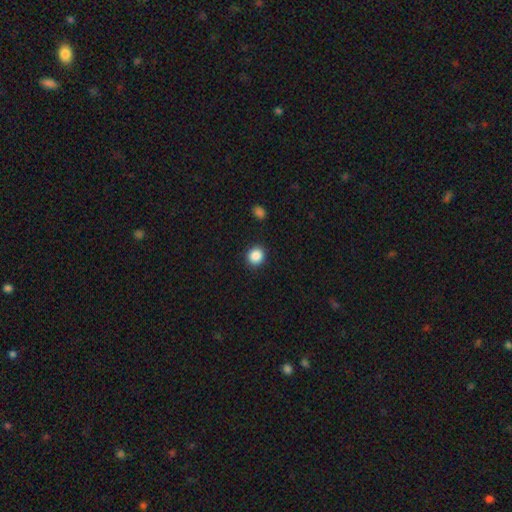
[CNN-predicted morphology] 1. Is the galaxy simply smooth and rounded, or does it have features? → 88% smooth, 9% star or artifact, 3% featured or disk.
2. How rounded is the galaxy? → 86% round, 13% in between, 1% cigar-shaped.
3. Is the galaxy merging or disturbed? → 90% none, 6% minor disturbance, 2% major disturbance, 1% merger.